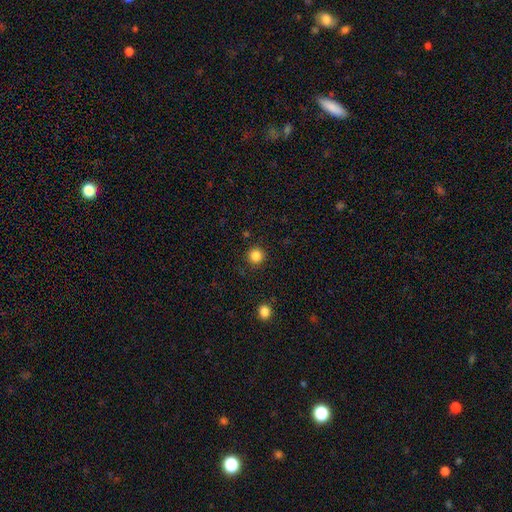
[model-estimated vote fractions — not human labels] A smooth galaxy with no disk features (84%) that is round (95%). Merging: none (91%).